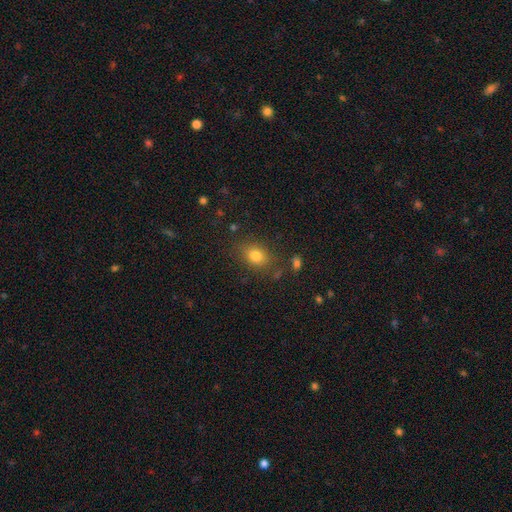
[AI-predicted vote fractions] Smooth or featured?
  - smooth: 79% *
  - star or artifact: 12%
  - featured or disk: 9%
How rounded?
  - in between: 66% *
  - round: 33%
  - cigar-shaped: 2%
Merging?
  - none: 80% *
  - minor disturbance: 13%
  - major disturbance: 4%
  - merger: 3%